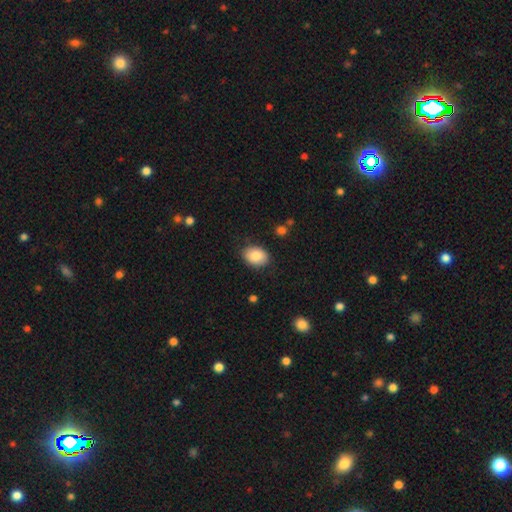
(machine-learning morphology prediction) Q: Smooth or featured?
A: smooth (85%); runner-up: featured or disk (8%)
Q: How rounded?
A: in between (76%); runner-up: round (23%)
Q: Merging?
A: none (84%); runner-up: minor disturbance (12%)